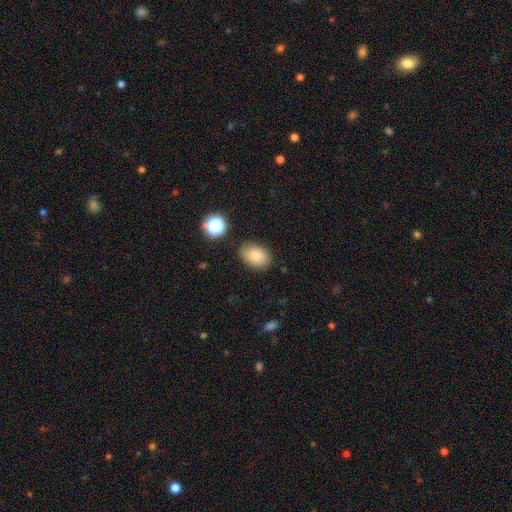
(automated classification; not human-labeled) A smooth galaxy with no disk features (85%) that is in between round and cigar-shaped (79%).

Vote fractions:
- Smooth or featured? smooth: 85% / star or artifact: 10% / featured or disk: 5%
- How rounded? in between: 79% / round: 19% / cigar-shaped: 1%
- Merging? none: 81% / minor disturbance: 13% / major disturbance: 4% / merger: 3%